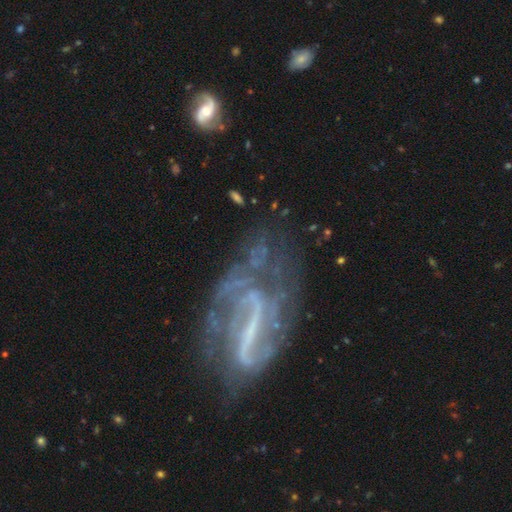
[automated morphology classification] Smooth or featured: featured or disk — 82% (star or artifact — 10%)
Edge-on disk: no — 94% (yes — 6%)
Bar: strong — 55% (weak — 30%)
Spiral arms: yes — 78% (no — 22%)
Spiral winding: loose — 39% (medium — 37%)
Spiral arm count: 2 — 48% (can't tell — 29%)
Bulge size: none — 53% (small — 32%)
Merging: none — 42% (major disturbance — 31%)